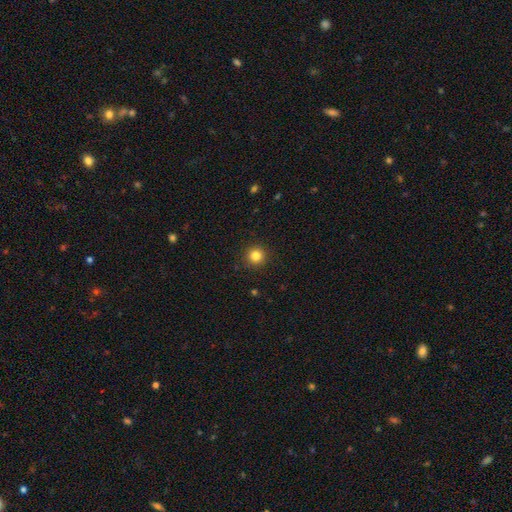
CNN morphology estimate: This appears to be a smooth galaxy with no disk features (83%) that is round (95%). Merging: none (92%).